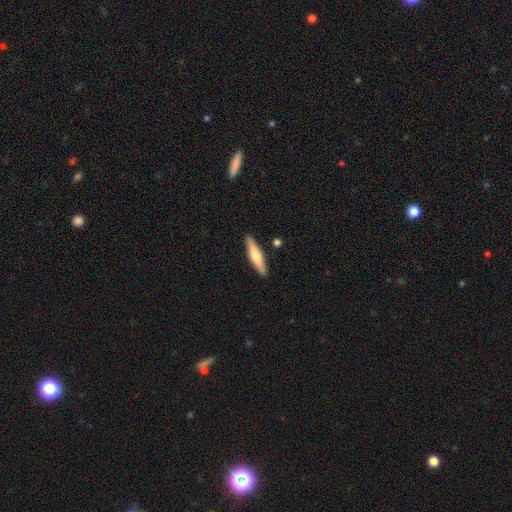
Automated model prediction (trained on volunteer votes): Smooth or featured? Predicted: smooth (p=0.57). How rounded? Predicted: cigar-shaped (p=0.82). Merging? Predicted: none (p=0.88).